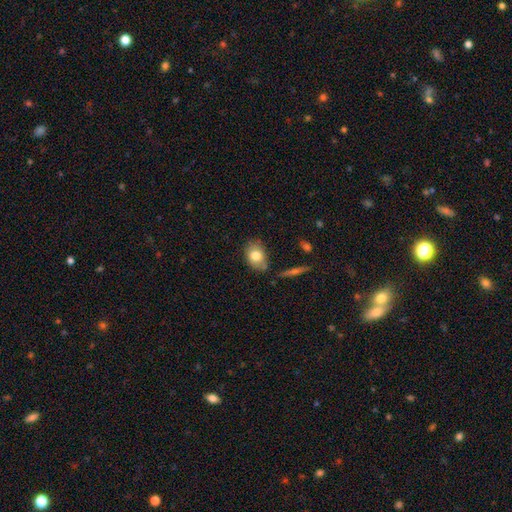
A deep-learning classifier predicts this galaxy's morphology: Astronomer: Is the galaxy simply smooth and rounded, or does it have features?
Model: smooth — 76%.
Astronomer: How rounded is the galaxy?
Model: in between — 78%.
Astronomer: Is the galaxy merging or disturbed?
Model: none — 70%.